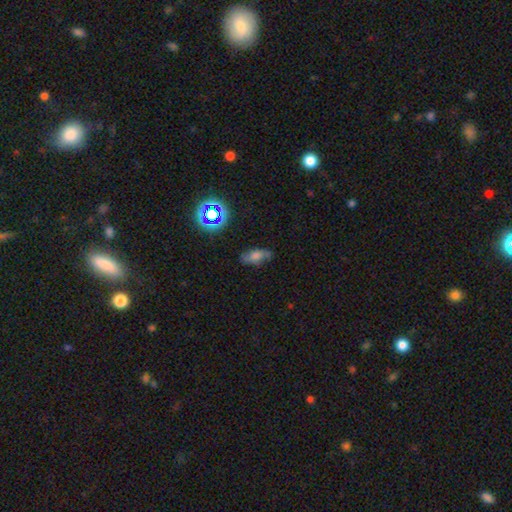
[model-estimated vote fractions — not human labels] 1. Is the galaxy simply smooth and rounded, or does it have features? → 58% smooth, 26% featured or disk, 16% star or artifact.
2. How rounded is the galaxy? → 80% in between, 14% cigar-shaped, 6% round.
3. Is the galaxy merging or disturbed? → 68% none, 24% minor disturbance, 6% major disturbance, 2% merger.